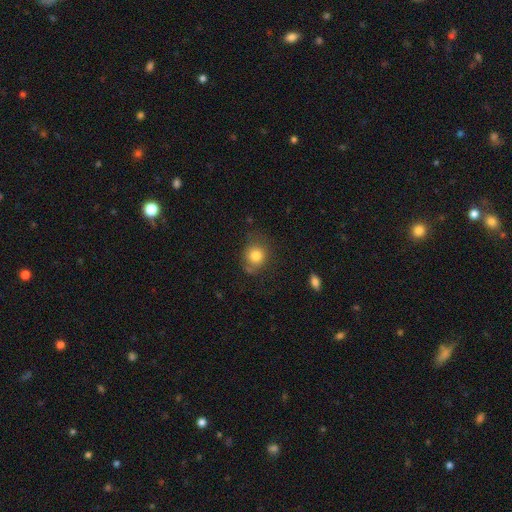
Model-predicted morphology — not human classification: This appears to be a smooth galaxy with no disk features (81%) that is round (79%). Merging: none (68%).